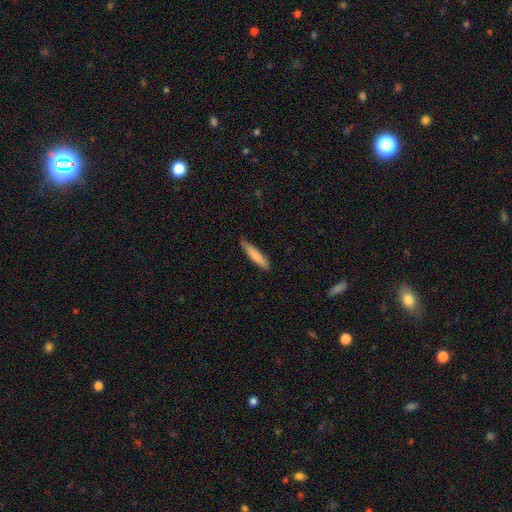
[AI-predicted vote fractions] Smooth or featured?
  - smooth: 79% *
  - featured or disk: 15%
  - star or artifact: 5%
How rounded?
  - cigar-shaped: 90% *
  - in between: 9%
  - round: 1%
Merging?
  - none: 85% *
  - minor disturbance: 12%
  - major disturbance: 2%
  - merger: 1%